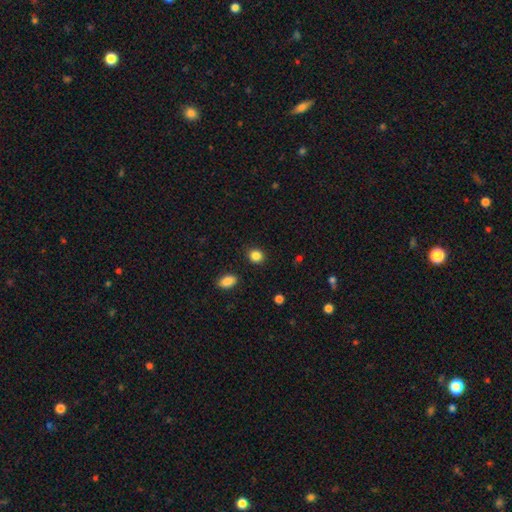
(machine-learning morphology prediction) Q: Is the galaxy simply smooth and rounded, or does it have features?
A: smooth — 86%.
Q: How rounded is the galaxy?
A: round — 78%.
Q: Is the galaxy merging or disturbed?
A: none — 89%.